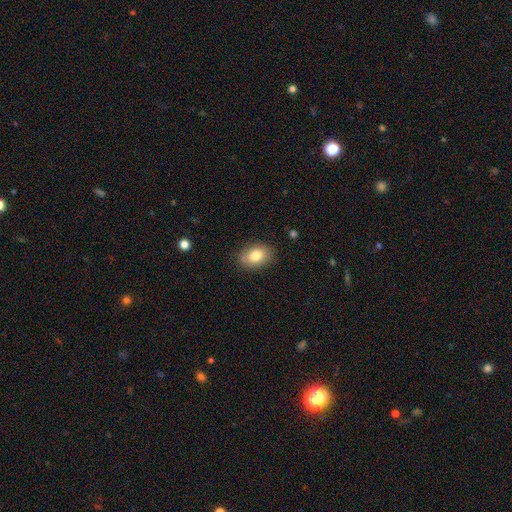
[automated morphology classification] A smooth galaxy with no disk features (81%) that is in between round and cigar-shaped (78%).

Vote fractions:
- Smooth or featured? smooth: 81% / featured or disk: 11% / star or artifact: 8%
- How rounded? in between: 78% / round: 21% / cigar-shaped: 1%
- Merging? none: 84% / minor disturbance: 12% / major disturbance: 3% / merger: 1%